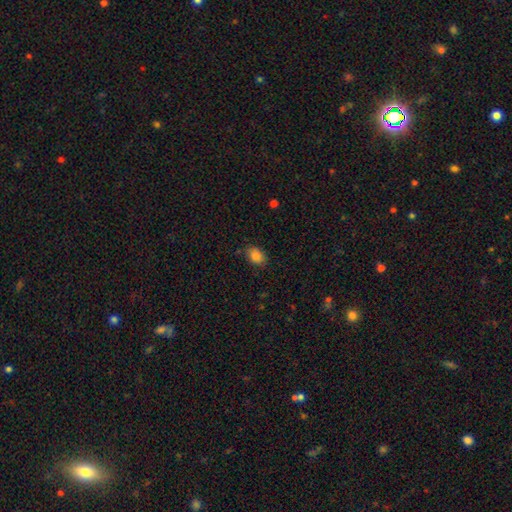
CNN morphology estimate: This is clearly a smooth galaxy (86%). How rounded: likely in between (78%). Merging: clearly none (83%).